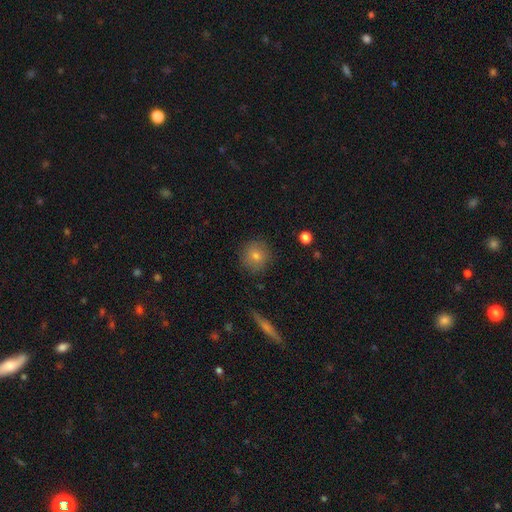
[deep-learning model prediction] A smooth galaxy with no disk features (72%) that is round (91%).

Vote fractions:
- Smooth or featured? smooth: 72% / featured or disk: 16% / star or artifact: 12%
- How rounded? round: 91% / in between: 7% / cigar-shaped: 2%
- Merging? none: 88% / minor disturbance: 8% / major disturbance: 2% / merger: 1%